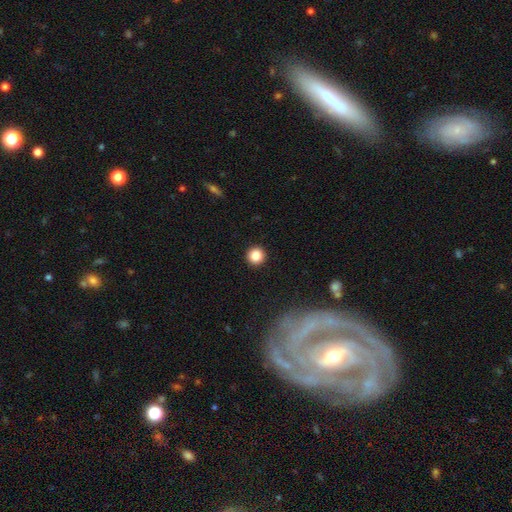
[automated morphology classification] Smooth or featured? Predicted: smooth (p=0.85). How rounded? Predicted: round (p=0.96). Merging? Predicted: none (p=0.94).